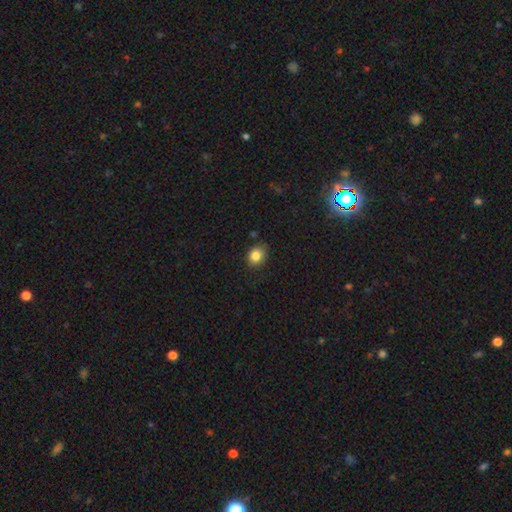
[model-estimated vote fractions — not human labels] This is clearly a smooth galaxy (84%). How rounded: likely round (64%). Merging: clearly none (80%).